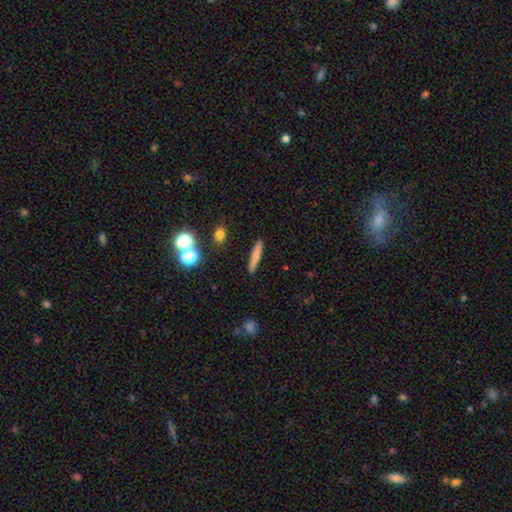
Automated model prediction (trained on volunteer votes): A smooth galaxy with no disk features (73%) that is cigar-shaped (89%). Merging: none (90%).